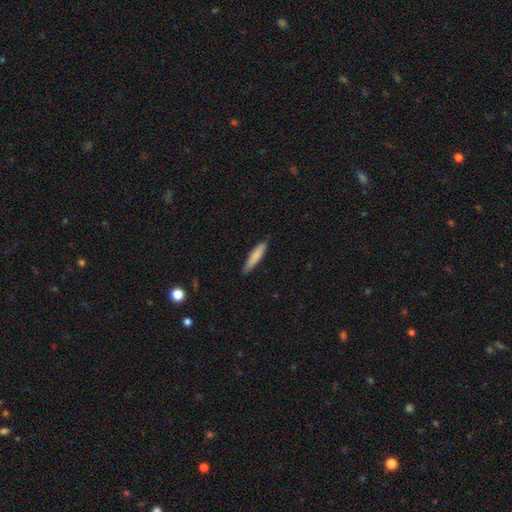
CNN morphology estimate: smooth_or_featured: smooth (p=0.81) [alt: featured or disk p=0.13]
how_rounded: cigar-shaped (p=0.85) [alt: in between p=0.14]
merging: none (p=0.83) [alt: minor disturbance p=0.14]